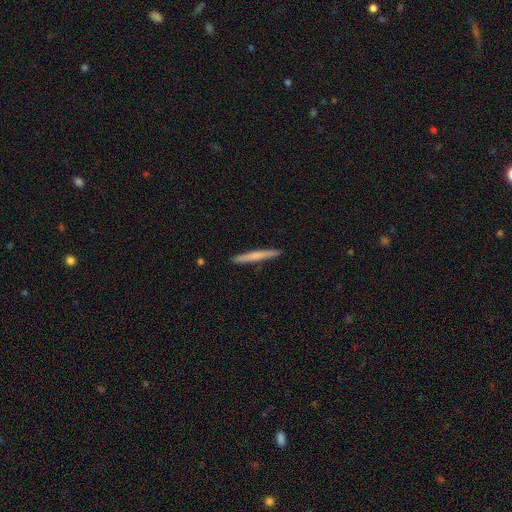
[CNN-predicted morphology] type=smooth (60%); roundness=cigar-shaped (97%); merging=none (92%).